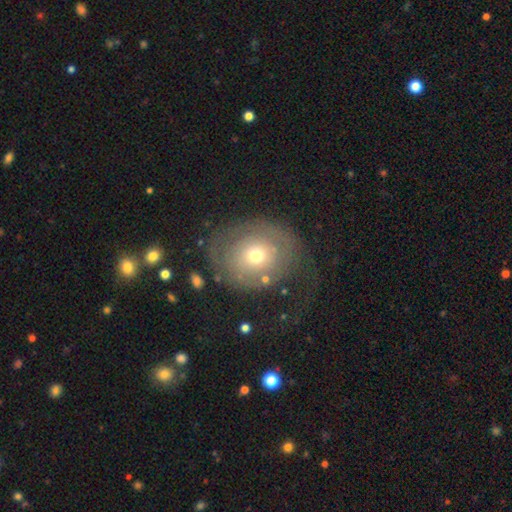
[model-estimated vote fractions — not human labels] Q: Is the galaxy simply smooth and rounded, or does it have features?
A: featured or disk — 46%.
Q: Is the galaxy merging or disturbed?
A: none — 62%.